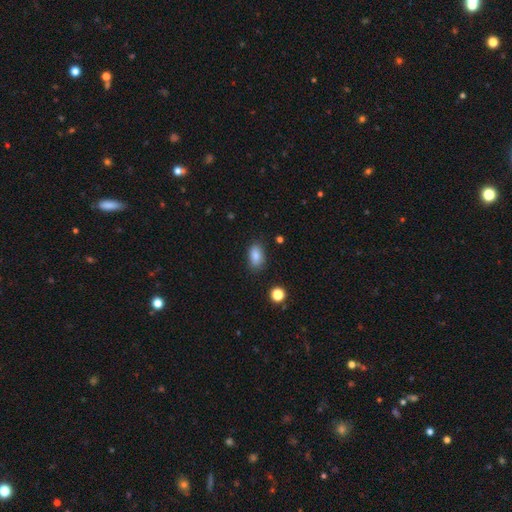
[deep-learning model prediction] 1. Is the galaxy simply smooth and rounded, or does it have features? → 86% smooth, 9% star or artifact, 5% featured or disk.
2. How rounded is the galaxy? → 88% in between, 9% round, 3% cigar-shaped.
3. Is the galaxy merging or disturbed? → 82% none, 13% minor disturbance, 3% major disturbance, 2% merger.